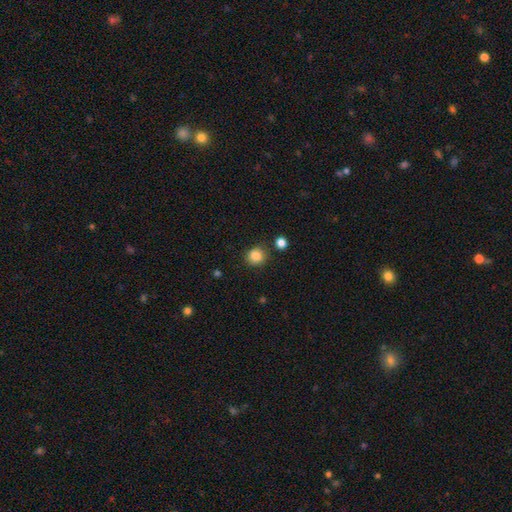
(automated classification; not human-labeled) Morphology: type=smooth (86%); roundness=round (82%); merging=none (81%).